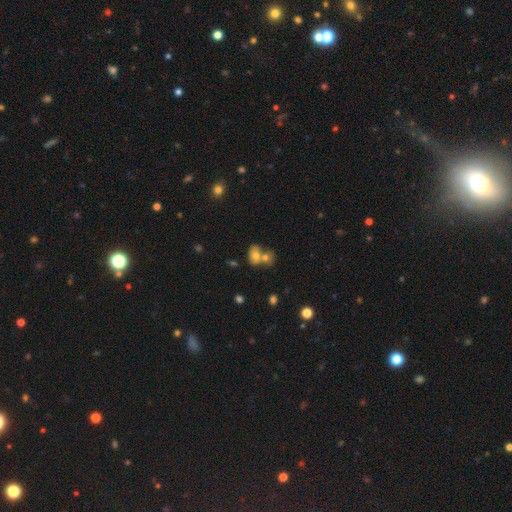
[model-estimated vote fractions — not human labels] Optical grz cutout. It shows a smooth galaxy with no disk features (67%) that is in between round and cigar-shaped (66%). Merging: merger (56%).